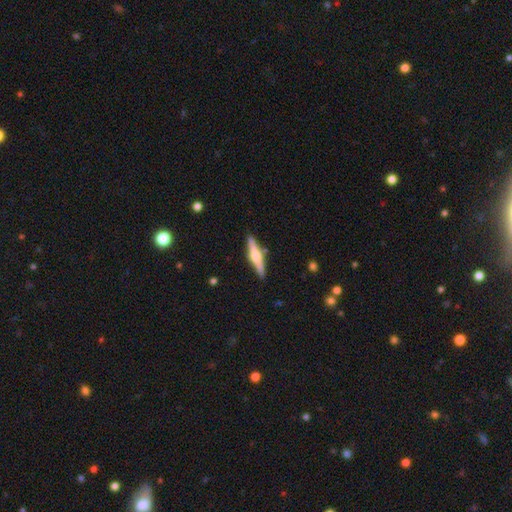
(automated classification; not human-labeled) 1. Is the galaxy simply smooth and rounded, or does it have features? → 68% featured or disk, 26% smooth, 5% star or artifact.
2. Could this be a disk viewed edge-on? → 97% yes, 3% no.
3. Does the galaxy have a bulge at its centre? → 88% rounded, 9% boxy, 3% none.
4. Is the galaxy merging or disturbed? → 87% none, 9% minor disturbance, 2% merger, 2% major disturbance.